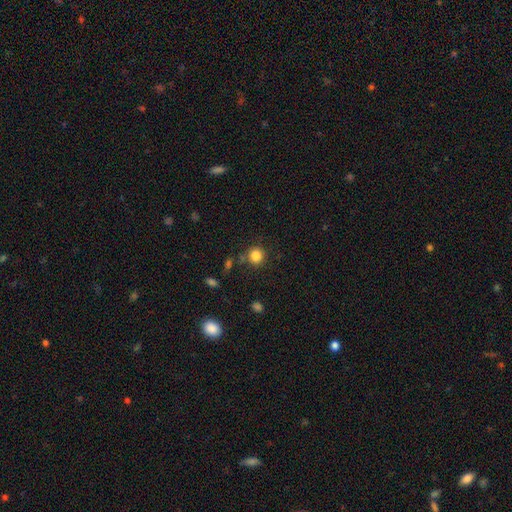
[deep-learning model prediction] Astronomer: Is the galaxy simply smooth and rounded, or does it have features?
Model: smooth — 84%.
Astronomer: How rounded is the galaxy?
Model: round — 90%.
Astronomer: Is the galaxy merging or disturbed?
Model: none — 80%.